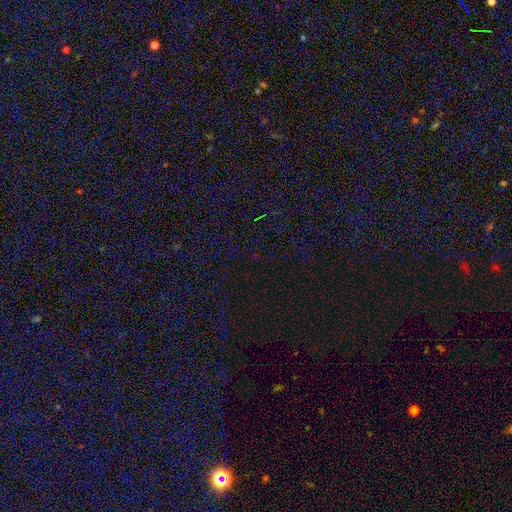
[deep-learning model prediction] A star or artifact, not a galaxy (74%).